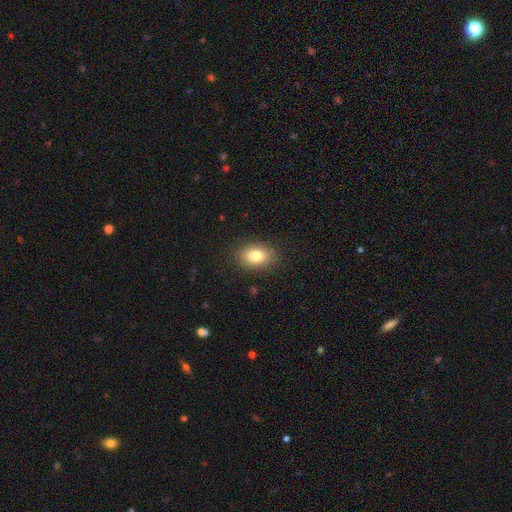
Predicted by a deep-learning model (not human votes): smooth_or_featured: smooth (p=0.82) [alt: featured or disk p=0.09]
how_rounded: in between (p=0.77) [alt: round p=0.22]
merging: none (p=0.86) [alt: minor disturbance p=0.10]